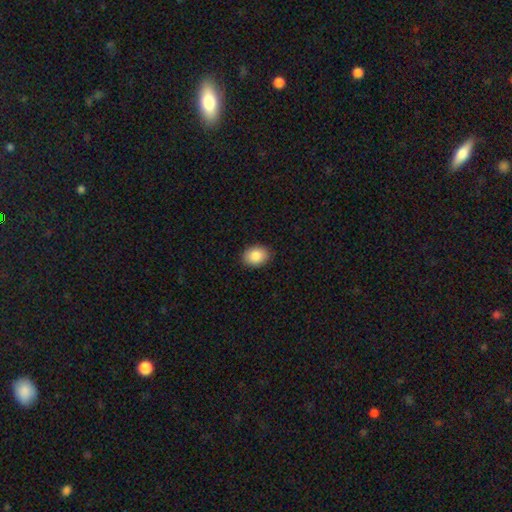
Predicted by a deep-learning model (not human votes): A smooth galaxy with no disk features (87%) that is in between round and cigar-shaped (69%). Merging: none (89%).